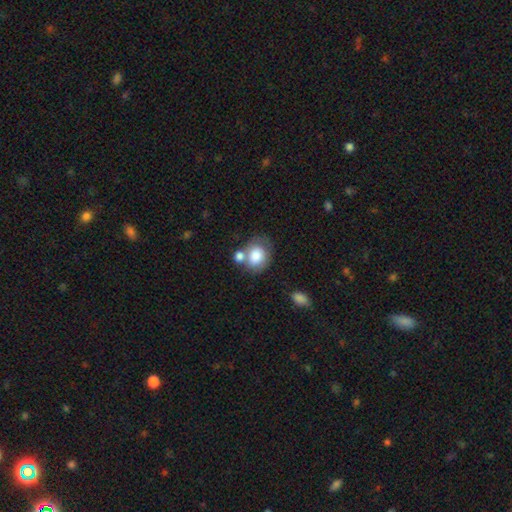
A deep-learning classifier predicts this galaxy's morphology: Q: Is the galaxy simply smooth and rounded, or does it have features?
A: smooth — 79%.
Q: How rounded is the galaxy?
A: round — 50%.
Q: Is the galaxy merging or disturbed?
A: none — 41%.